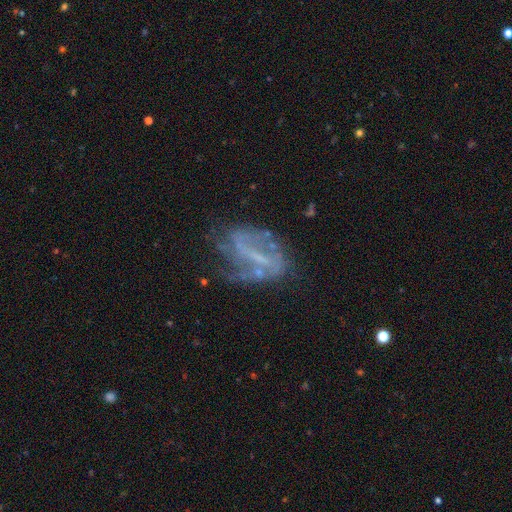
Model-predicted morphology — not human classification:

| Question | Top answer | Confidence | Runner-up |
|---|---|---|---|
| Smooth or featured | featured or disk | 75% | smooth (13%) |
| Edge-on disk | no | 95% | yes (5%) |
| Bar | strong | 43% | weak (35%) |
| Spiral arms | yes | 72% | no (28%) |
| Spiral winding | loose | 45% | medium (35%) |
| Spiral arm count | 2 | 52% | can't tell (25%) |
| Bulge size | none | 50% | small (39%) |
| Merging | none | 45% | major disturbance (26%) |